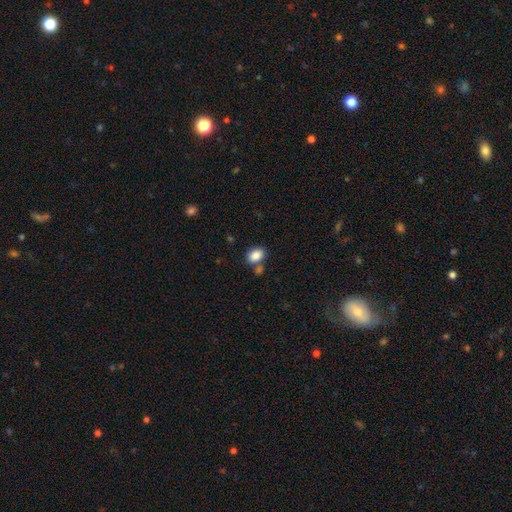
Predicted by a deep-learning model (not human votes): smooth 87%, star or artifact 9%, featured or disk 5%. Down the decision tree: how rounded — in between (77%); merging — none (64%).